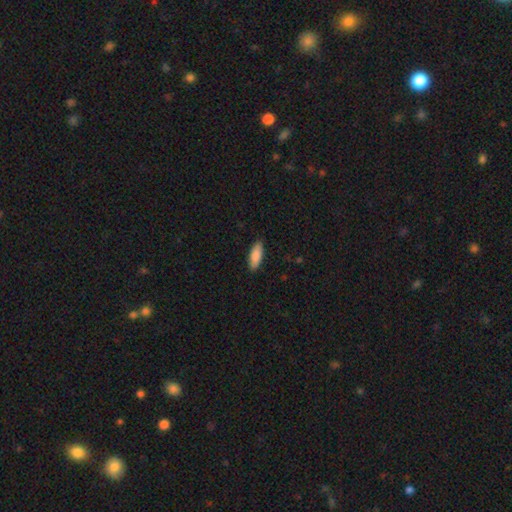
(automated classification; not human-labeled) This is clearly a smooth galaxy (88%). How rounded: likely in between (69%). Merging: clearly none (88%).